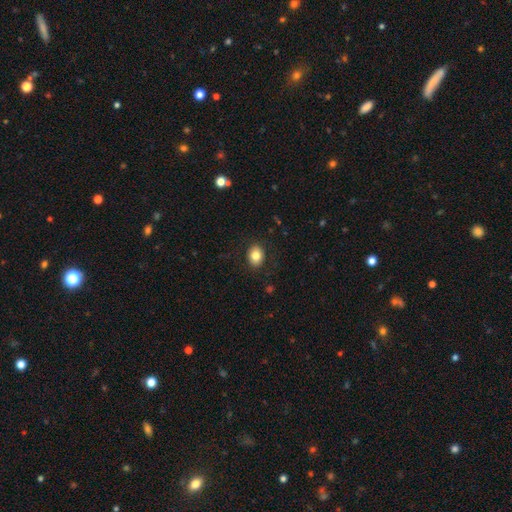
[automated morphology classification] smooth_or_featured: smooth (p=0.82) [alt: star or artifact p=0.09]
how_rounded: in between (p=0.54) [alt: round p=0.45]
merging: none (p=0.88) [alt: minor disturbance p=0.08]